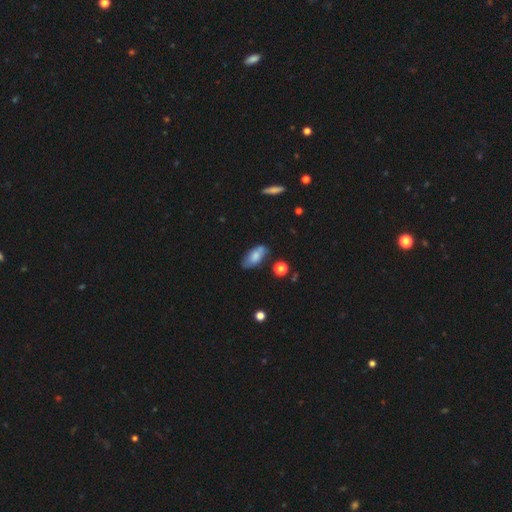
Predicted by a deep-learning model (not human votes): smooth_or_featured: smooth (p=0.68) [alt: featured or disk p=0.24]
how_rounded: in between (p=0.89) [alt: cigar-shaped p=0.08]
merging: none (p=0.69) [alt: minor disturbance p=0.22]